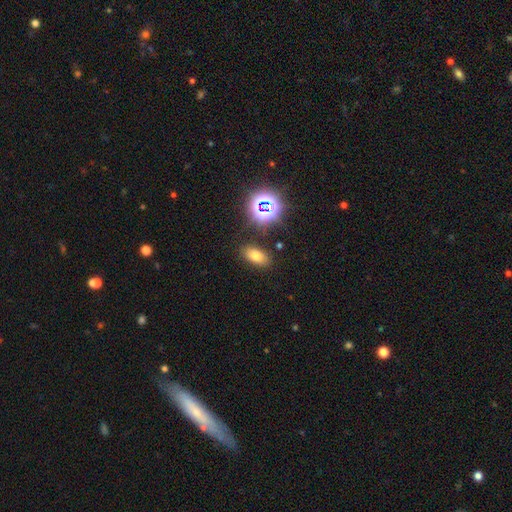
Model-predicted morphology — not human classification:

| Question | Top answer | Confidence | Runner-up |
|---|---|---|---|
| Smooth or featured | smooth | 71% | star or artifact (20%) |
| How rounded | in between | 87% | round (9%) |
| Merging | none | 85% | minor disturbance (9%) |